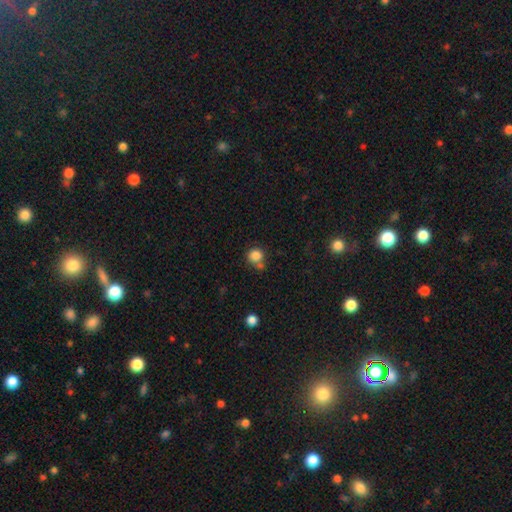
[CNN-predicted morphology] Smooth or featured: smooth — 84% (star or artifact — 11%)
How rounded: round — 86% (in between — 13%)
Merging: none — 59% (merger — 21%)